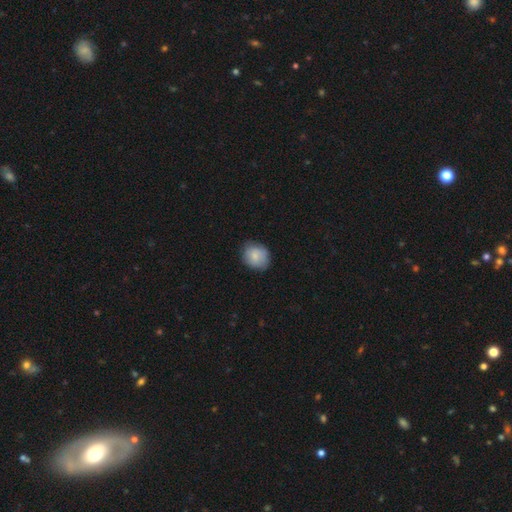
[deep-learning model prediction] Q: Smooth or featured?
A: smooth (82%); runner-up: featured or disk (11%)
Q: How rounded?
A: round (65%); runner-up: in between (34%)
Q: Merging?
A: none (76%); runner-up: minor disturbance (19%)